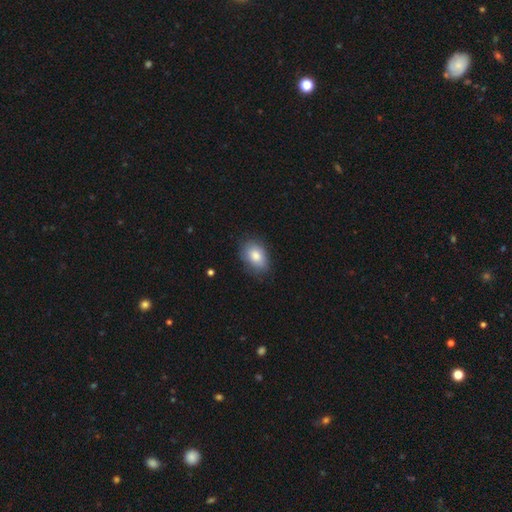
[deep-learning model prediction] This appears to be a smooth galaxy with no disk features (82%) that is in between round and cigar-shaped (85%). Merging: none (77%).